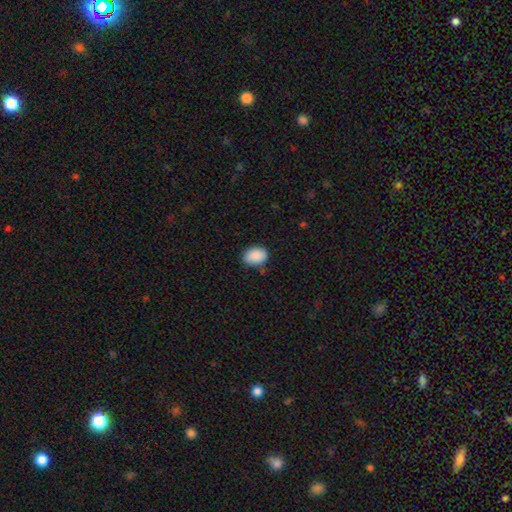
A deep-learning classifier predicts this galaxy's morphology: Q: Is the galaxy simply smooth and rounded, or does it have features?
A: smooth — 90%.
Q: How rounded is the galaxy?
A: in between — 78%.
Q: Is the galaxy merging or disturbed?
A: none — 80%.